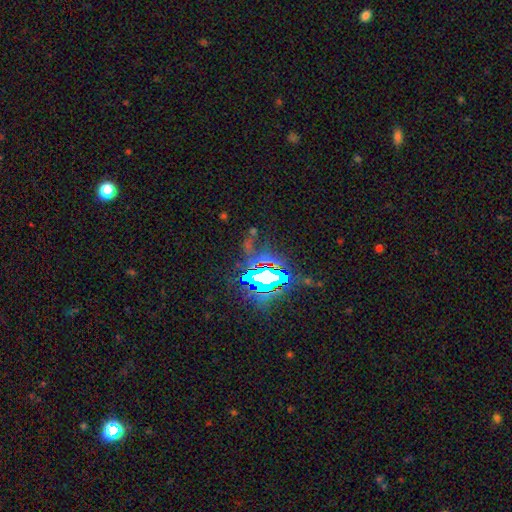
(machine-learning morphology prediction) Smooth or featured? Predicted: star or artifact (p=0.78).